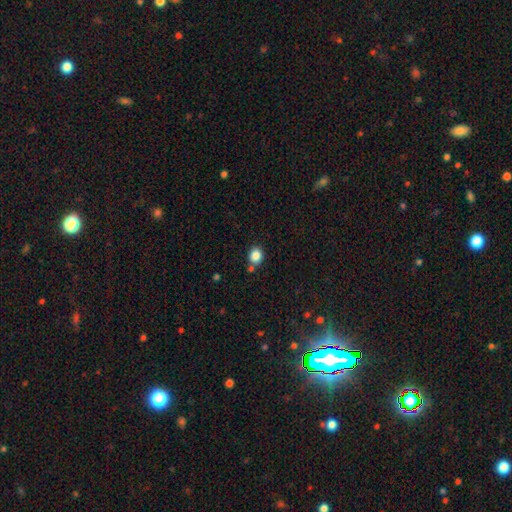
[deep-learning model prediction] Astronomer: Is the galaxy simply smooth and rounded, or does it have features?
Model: smooth — 85%.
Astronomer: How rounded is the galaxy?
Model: round — 69%.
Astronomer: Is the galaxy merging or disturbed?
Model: none — 76%.